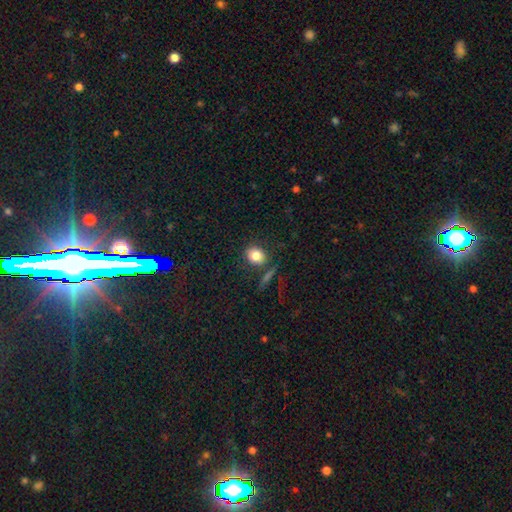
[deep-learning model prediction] Smooth or featured? smooth (81%)
How rounded? round (65%)
Merging? none (78%)